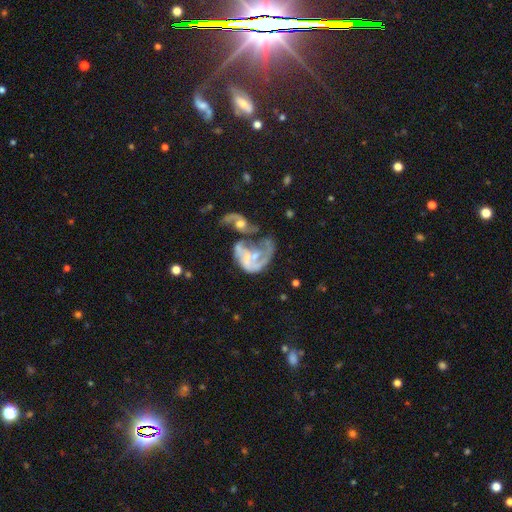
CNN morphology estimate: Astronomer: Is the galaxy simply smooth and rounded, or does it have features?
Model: featured or disk — 75%.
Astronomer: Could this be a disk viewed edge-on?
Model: no — 97%.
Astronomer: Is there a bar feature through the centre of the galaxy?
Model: no — 66%.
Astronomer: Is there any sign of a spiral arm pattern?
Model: yes — 67%.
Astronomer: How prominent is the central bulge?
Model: small — 37% (runner-up: moderate, 31%).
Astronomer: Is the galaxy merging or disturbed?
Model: merger — 55%.